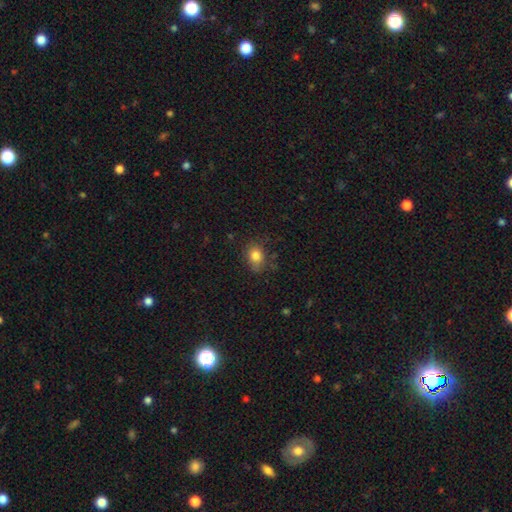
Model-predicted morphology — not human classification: smooth 82%, star or artifact 11%, featured or disk 8%. Down the decision tree: how rounded — in between (53%); merging — none (75%).